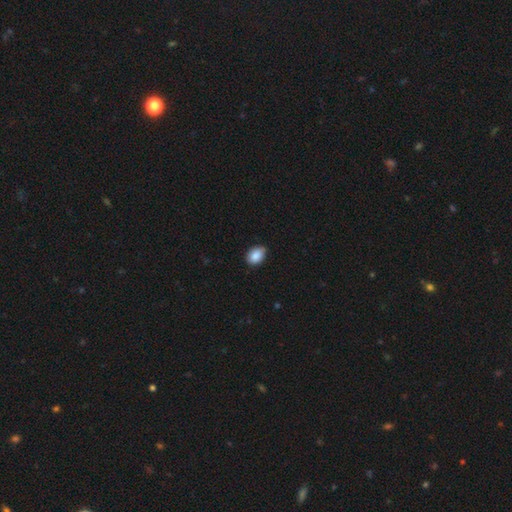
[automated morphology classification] Q: Smooth or featured?
A: smooth (88%); runner-up: star or artifact (8%)
Q: How rounded?
A: in between (75%); runner-up: round (24%)
Q: Merging?
A: none (73%); runner-up: minor disturbance (23%)